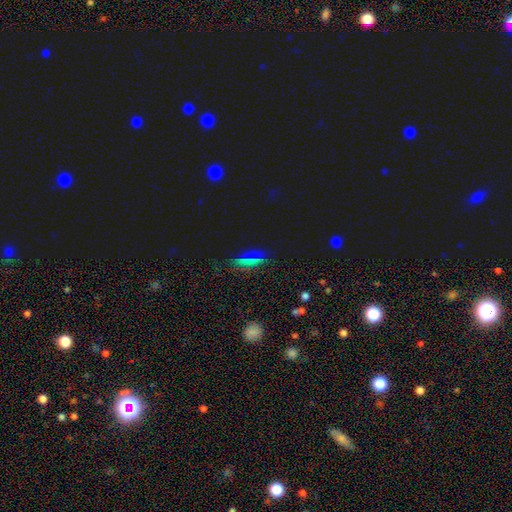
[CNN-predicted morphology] Smooth or featured? star or artifact (49%)